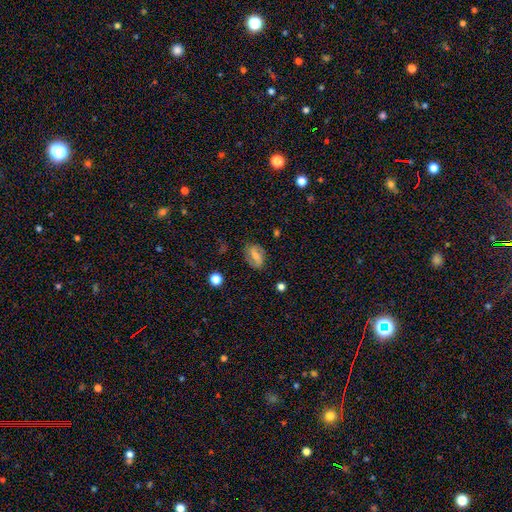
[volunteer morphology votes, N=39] Smooth or featured?
  - featured or disk: 51% *
  - smooth: 41%
  - star or artifact: 8%
Edge-on disk?
  - no: 95% *
  - yes: 5%
Bar?
  - strong: 68% *
  - weak: 16%
  - no: 16%
Spiral arms?
  - yes: 53% *
  - no: 47%
Spiral winding?
  - loose: 50% *
  - medium: 30%
  - tight: 20%
Spiral arm count?
  - 2: 90% *
  - 1: 10%
  - 3: 0%
  - 4: 0%
  - more than 4: 0%
  - can't tell: 0%
Bulge size?
  - moderate: 42% * (tied)
  - small: 42% * (tied)
  - none: 11%
  - large: 5%
  - dominant: 0%
Merging?
  - none: 89% *
  - minor disturbance: 6%
  - major disturbance: 6%
  - merger: 0%